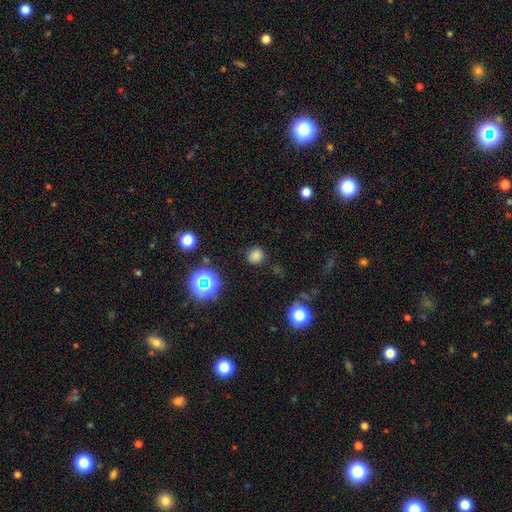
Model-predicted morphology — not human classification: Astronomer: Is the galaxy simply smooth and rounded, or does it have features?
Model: smooth — 75%.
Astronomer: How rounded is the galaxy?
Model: round — 89%.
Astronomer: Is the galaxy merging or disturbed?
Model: none — 84%.